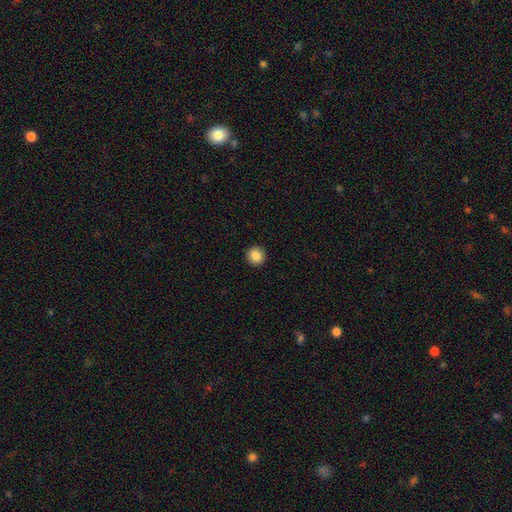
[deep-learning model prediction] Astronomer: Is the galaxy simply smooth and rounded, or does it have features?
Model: smooth — 87%.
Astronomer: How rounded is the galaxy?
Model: round — 95%.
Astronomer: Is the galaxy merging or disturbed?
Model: none — 93%.